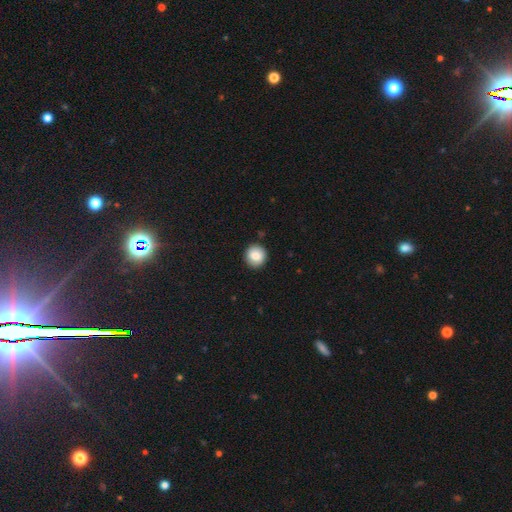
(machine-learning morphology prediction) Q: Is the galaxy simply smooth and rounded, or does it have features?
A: smooth — 85%.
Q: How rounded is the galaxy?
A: round — 90%.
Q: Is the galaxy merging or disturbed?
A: none — 90%.